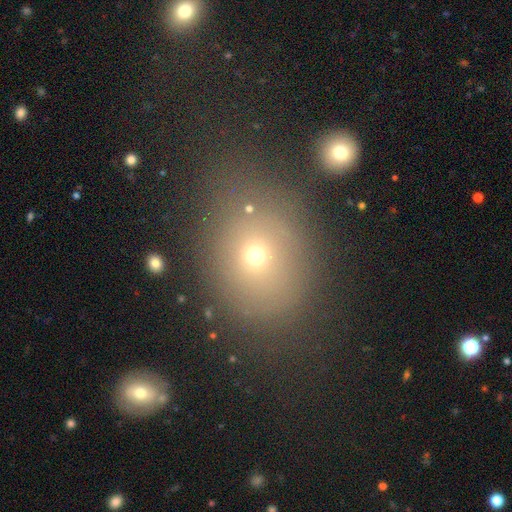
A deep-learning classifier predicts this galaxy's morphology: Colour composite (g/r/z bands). It shows a smooth galaxy with no disk features (66%) that is round (55%). Merging: none (68%).